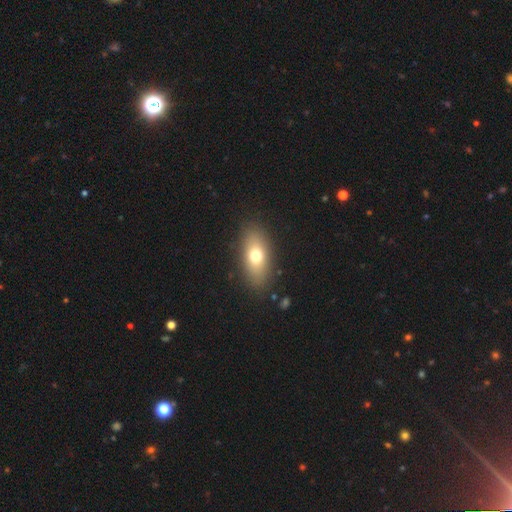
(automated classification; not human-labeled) Morphology: type=smooth (71%); roundness=in between (83%); merging=none (86%).